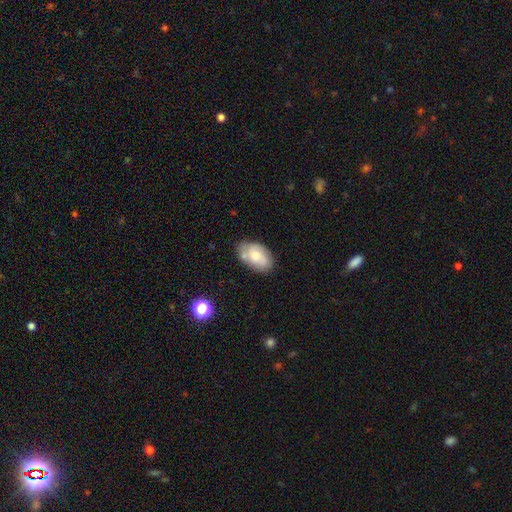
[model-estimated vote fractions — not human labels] Smooth or featured? Predicted: smooth (p=0.61). How rounded? Predicted: in between (p=0.91). Merging? Predicted: none (p=0.64).